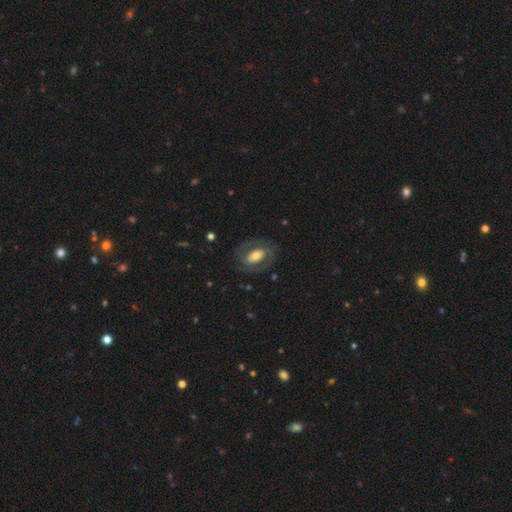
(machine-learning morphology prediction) The model was most divided on "spiral arms": yes: 55%, no: 45%. Remaining: edge-on disk — no (94%); merging — none (74%); smooth or featured — featured or disk (63%); bulge size — moderate (52%); bar — no (49%).